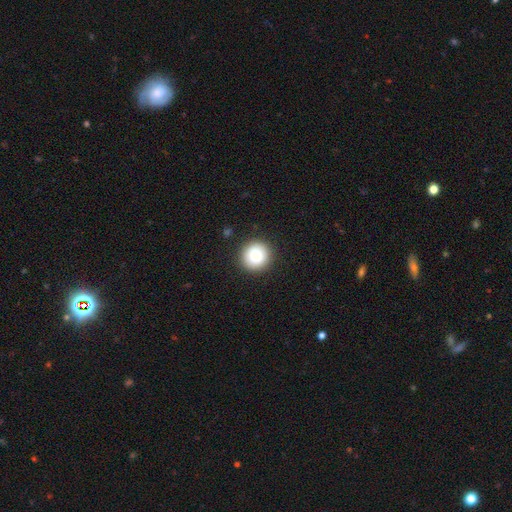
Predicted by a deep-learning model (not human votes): Smooth or featured?
  - smooth: 80% *
  - featured or disk: 10%
  - star or artifact: 9%
How rounded?
  - round: 94% *
  - in between: 5%
  - cigar-shaped: 1%
Merging?
  - none: 91% *
  - minor disturbance: 6%
  - major disturbance: 2%
  - merger: 1%